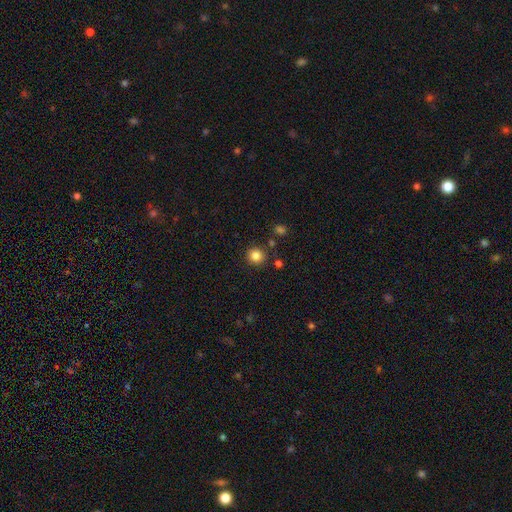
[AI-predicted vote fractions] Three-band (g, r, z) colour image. It shows a smooth galaxy with no disk features (84%) that is round (93%). Merging: none (87%).